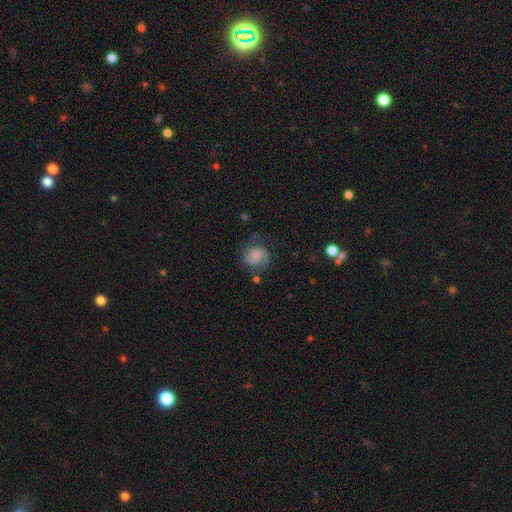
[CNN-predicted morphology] Smooth or featured: smooth — 56% (featured or disk — 34%)
How rounded: round — 70% (in between — 29%)
Merging: none — 54% (minor disturbance — 26%)